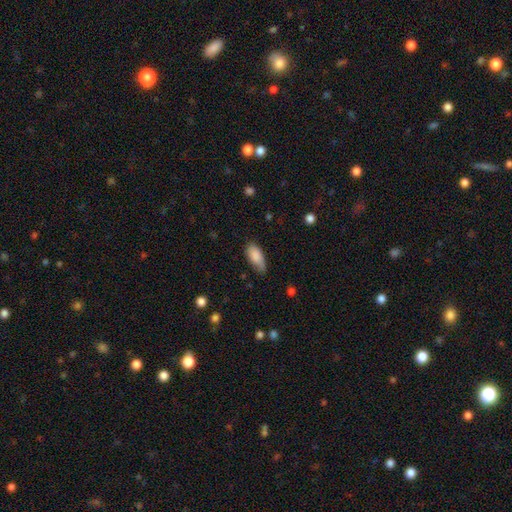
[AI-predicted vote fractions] Smooth or featured?
  - smooth: 86% *
  - featured or disk: 8%
  - star or artifact: 7%
How rounded?
  - in between: 86% *
  - cigar-shaped: 12%
  - round: 2%
Merging?
  - none: 62% *
  - minor disturbance: 31%
  - major disturbance: 6%
  - merger: 2%